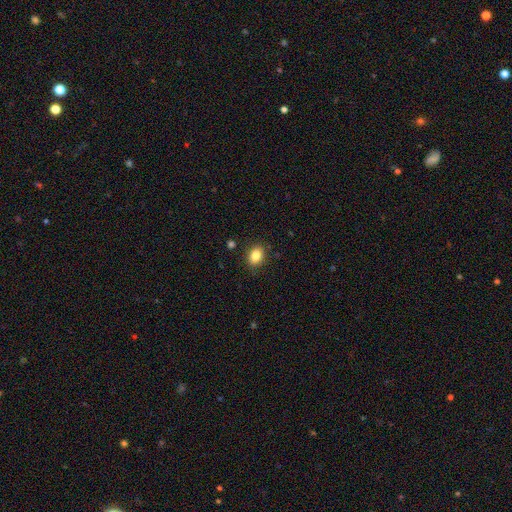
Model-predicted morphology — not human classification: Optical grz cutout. It shows a smooth galaxy with no disk features (84%) that is in between round and cigar-shaped (66%). Merging: none (87%).